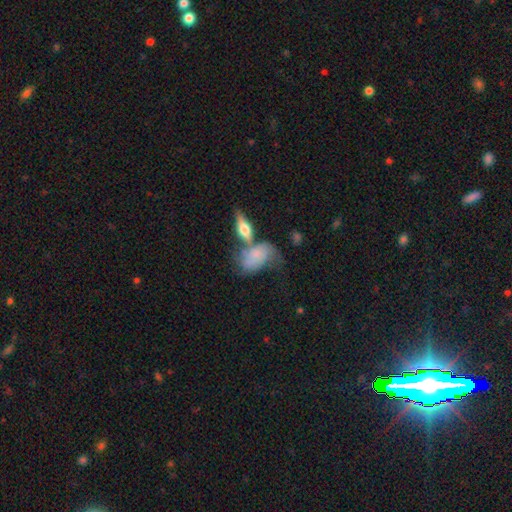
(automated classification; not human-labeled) This appears to be a smooth galaxy with no disk features (54%) that is in between round and cigar-shaped (87%). Merging: merger (35%).